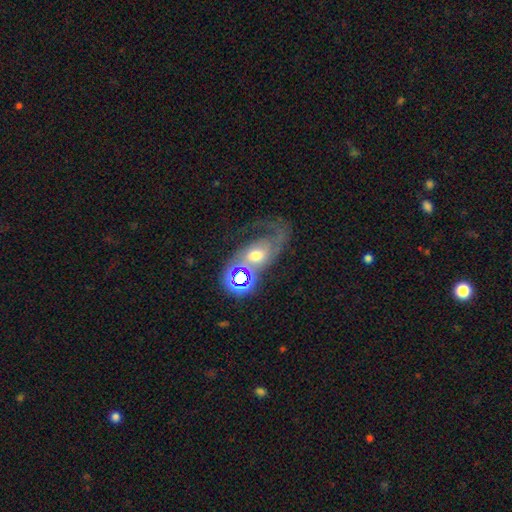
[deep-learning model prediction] A featured or disk galaxy (55%) with no bar (66%), spiral arms (76%) and a moderate central bulge (61%).

Vote fractions:
- Smooth or featured? featured or disk: 55% / smooth: 28% / star or artifact: 17%
- Edge-on disk? no: 93% / yes: 7%
- Bar? no: 66% / weak: 24% / strong: 10%
- Spiral arms? yes: 76% / no: 24%
- Bulge size? moderate: 61% / large: 19% / small: 14% / dominant: 4% / none: 3%
- Merging? major disturbance: 38% / none: 31% / minor disturbance: 18% / merger: 14%